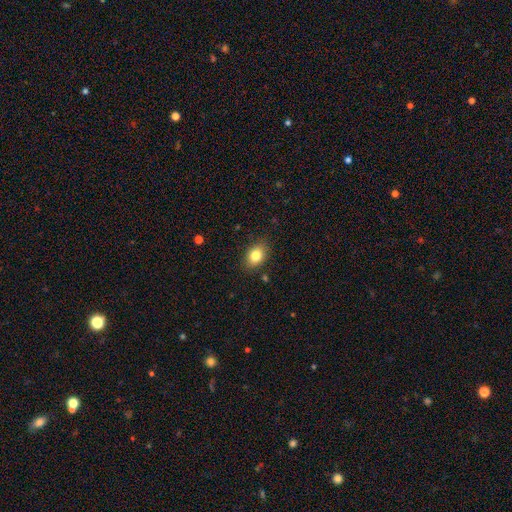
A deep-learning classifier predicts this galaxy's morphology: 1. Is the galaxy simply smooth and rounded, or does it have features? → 82% smooth, 9% featured or disk, 9% star or artifact.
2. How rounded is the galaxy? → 77% in between, 22% round, 1% cigar-shaped.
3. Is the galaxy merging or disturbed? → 85% none, 11% minor disturbance, 3% major disturbance, 1% merger.